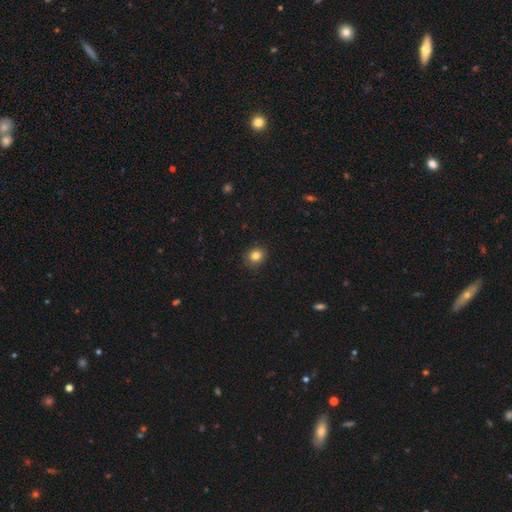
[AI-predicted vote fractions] Morphology: type=smooth (83%); roundness=round (76%); merging=none (90%).